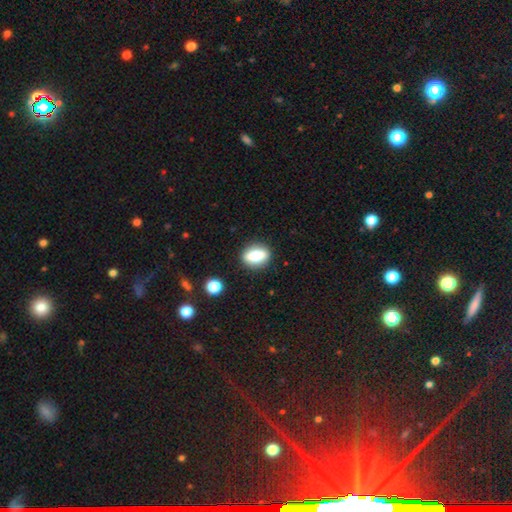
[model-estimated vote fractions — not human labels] This appears to be a smooth galaxy with no disk features (66%) that is in between round and cigar-shaped (67%). Merging: none (88%).